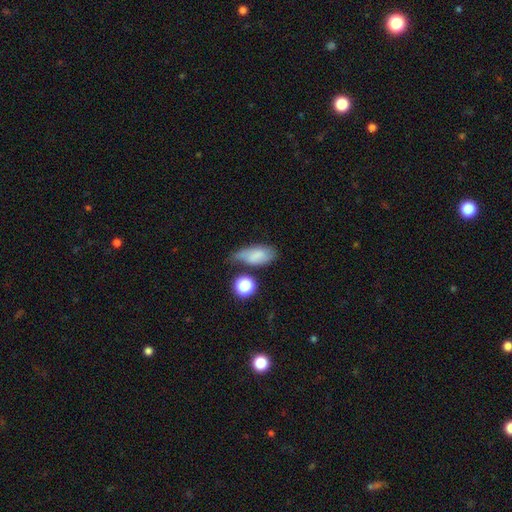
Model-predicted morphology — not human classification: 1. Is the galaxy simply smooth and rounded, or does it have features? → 71% smooth, 19% featured or disk, 10% star or artifact.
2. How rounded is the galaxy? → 84% in between, 8% round, 7% cigar-shaped.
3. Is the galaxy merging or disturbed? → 40% none, 34% minor disturbance, 16% major disturbance, 10% merger.